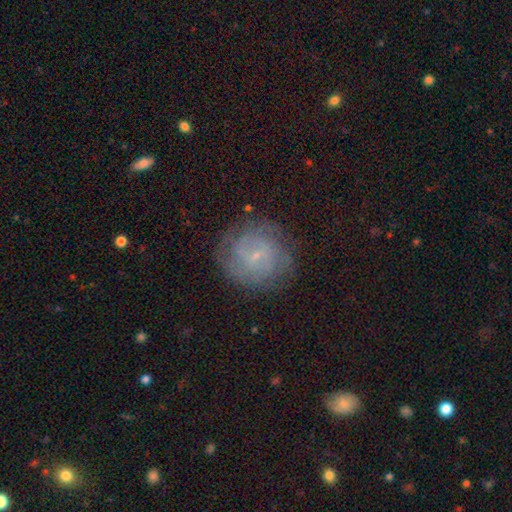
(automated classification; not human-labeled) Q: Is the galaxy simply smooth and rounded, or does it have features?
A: featured or disk — 63%.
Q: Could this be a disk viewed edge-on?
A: no — 97%.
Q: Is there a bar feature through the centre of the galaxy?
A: no — 49%.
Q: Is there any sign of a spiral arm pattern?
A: yes — 82%.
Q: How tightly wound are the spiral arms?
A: tight — 60%.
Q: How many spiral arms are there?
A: can't tell — 49%.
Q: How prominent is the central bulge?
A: small — 82%.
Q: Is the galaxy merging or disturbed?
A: none — 77%.